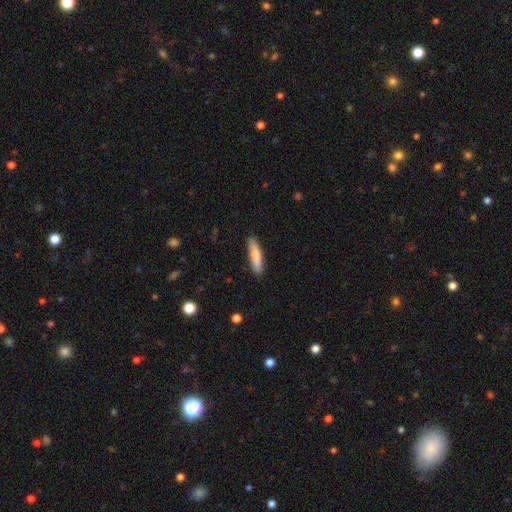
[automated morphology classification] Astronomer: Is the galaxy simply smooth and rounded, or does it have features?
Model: smooth — 77%.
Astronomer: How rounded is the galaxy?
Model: cigar-shaped — 77%.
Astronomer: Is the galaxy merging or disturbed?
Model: none — 87%.